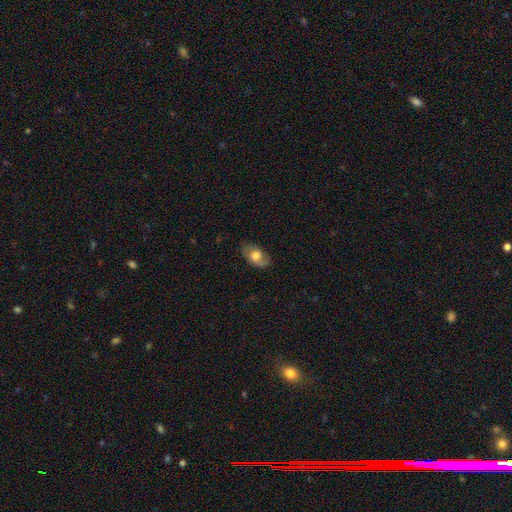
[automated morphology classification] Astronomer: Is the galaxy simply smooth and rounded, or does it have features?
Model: smooth — 55% (runner-up: featured or disk, 38%).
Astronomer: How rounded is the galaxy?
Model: in between — 89%.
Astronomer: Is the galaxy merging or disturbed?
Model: none — 74%.